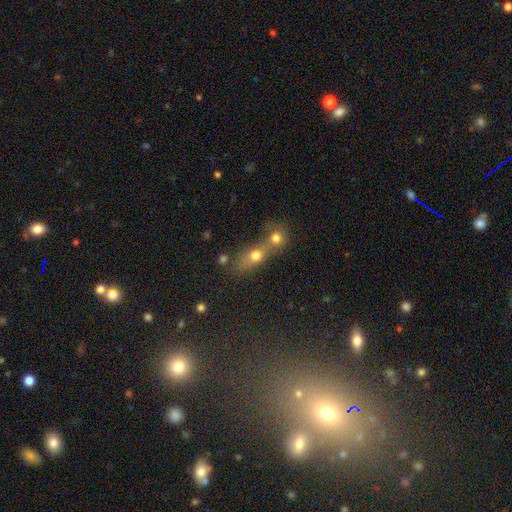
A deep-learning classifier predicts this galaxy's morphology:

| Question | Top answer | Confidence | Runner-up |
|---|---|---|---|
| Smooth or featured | smooth | 67% | featured or disk (19%) |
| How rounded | in between | 45% | round (40%) |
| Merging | merger | 63% | none (26%) |